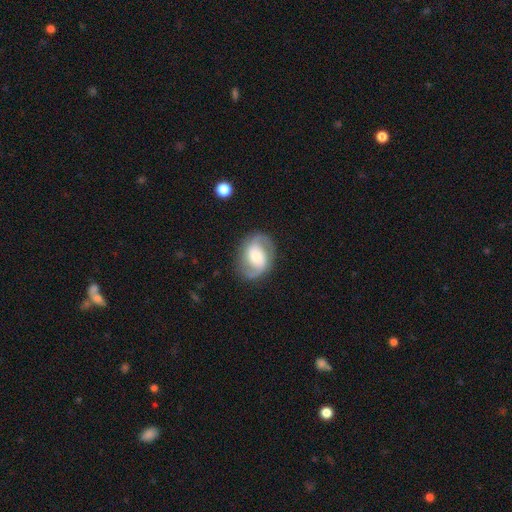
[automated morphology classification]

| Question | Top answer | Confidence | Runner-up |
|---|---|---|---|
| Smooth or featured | featured or disk | 79% | smooth (15%) |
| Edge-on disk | no | 97% | yes (3%) |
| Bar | no | 43% | weak (39%) |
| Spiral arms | yes | 92% | no (8%) |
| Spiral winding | medium | 50% | loose (29%) |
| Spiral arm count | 2 | 91% | can't tell (4%) |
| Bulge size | moderate | 57% | small (26%) |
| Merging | none | 82% | minor disturbance (12%) |